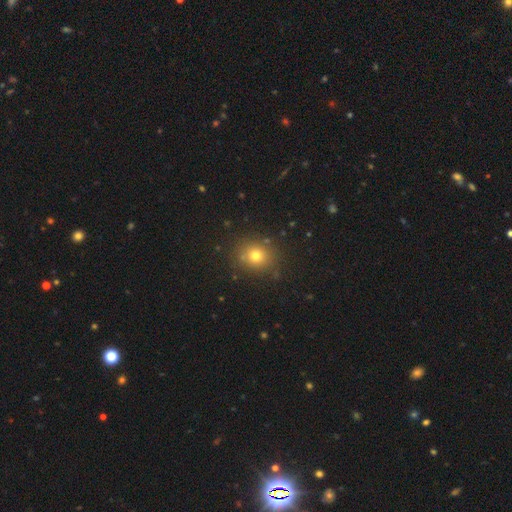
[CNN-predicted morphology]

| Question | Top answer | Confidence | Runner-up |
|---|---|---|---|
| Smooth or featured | smooth | 73% | star or artifact (17%) |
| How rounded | round | 80% | in between (19%) |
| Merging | none | 85% | minor disturbance (9%) |